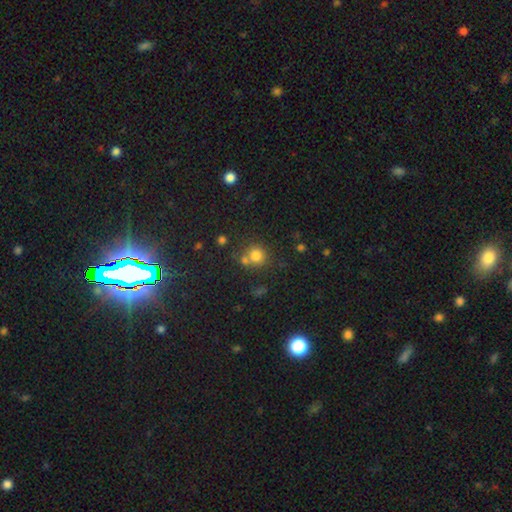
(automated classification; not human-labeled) The model was most divided on "merging": none: 59%, merger: 27%, minor disturbance: 10%, major disturbance: 4%. More confident: how rounded — round (87%); smooth or featured — smooth (77%).